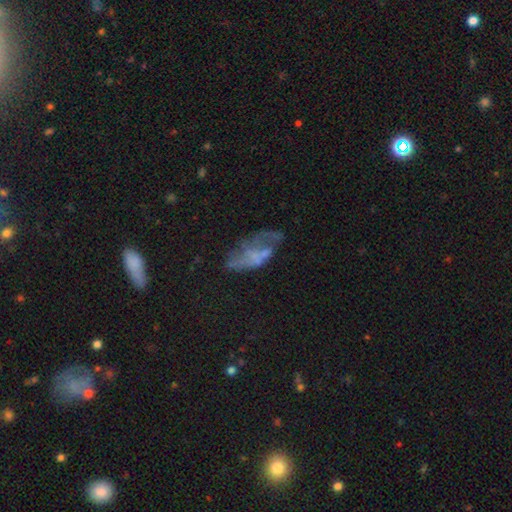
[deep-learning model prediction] A featured or disk galaxy (54%) with no bar (80%), no spiral arms (69%) and no central bulge (66%).

Vote fractions:
- Smooth or featured? featured or disk: 54% / smooth: 31% / star or artifact: 15%
- Edge-on disk? no: 93% / yes: 7%
- Bar? no: 80% / weak: 15% / strong: 5%
- Spiral arms? no: 69% / yes: 31%
- Bulge size? none: 66% / small: 18% / moderate: 11% / large: 3% / dominant: 1%
- Merging? major disturbance: 34% (tied) / none: 34% (tied) / minor disturbance: 22% / merger: 9%